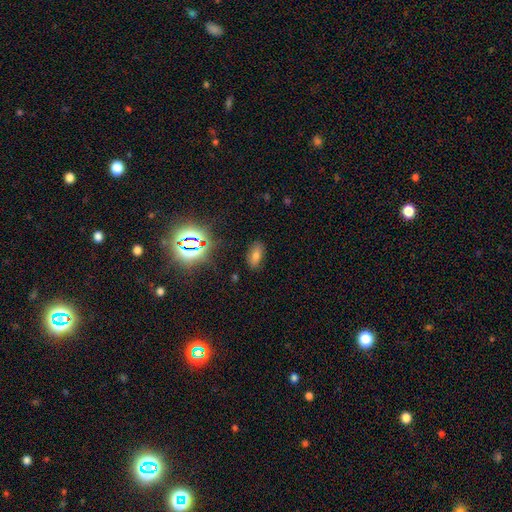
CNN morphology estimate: This appears to be a smooth galaxy with no disk features (59%) that is in between round and cigar-shaped (88%). Merging: none (85%).